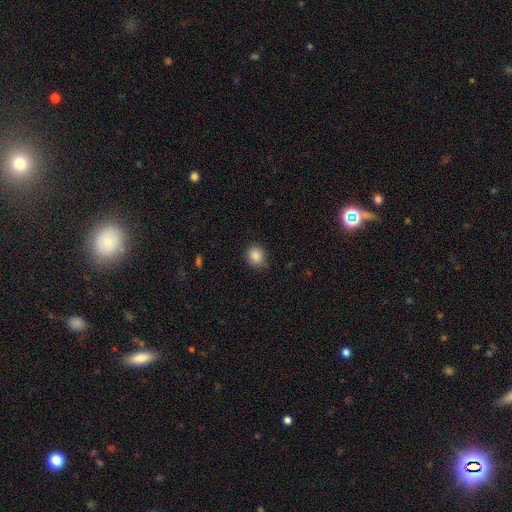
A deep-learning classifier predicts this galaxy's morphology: smooth-or-featured: smooth: 87% | star or artifact: 9% | featured or disk: 4%
  how-rounded: round: 74% | in between: 25% | cigar-shaped: 1%
  merging: none: 86% | minor disturbance: 10% | major disturbance: 3% | merger: 1%